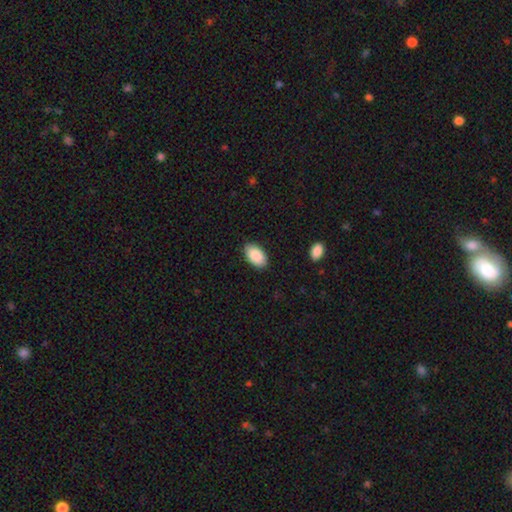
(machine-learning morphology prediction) smooth-or-featured: smooth: 90% | star or artifact: 6% | featured or disk: 4%
  how-rounded: in between: 95% | round: 3% | cigar-shaped: 1%
  merging: none: 88% | minor disturbance: 9% | major disturbance: 2% | merger: 1%